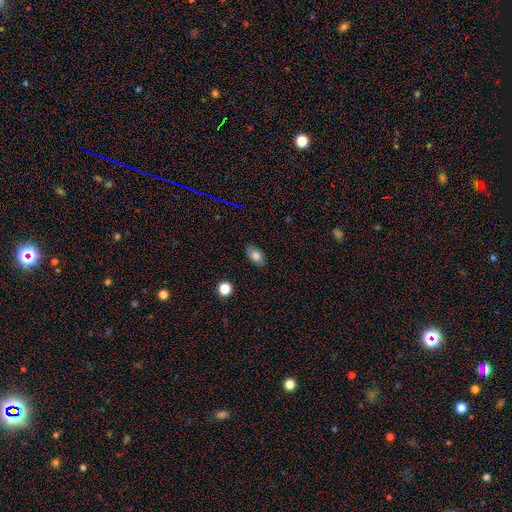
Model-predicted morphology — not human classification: Smooth or featured? smooth (80%)
How rounded? in between (88%)
Merging? none (85%)